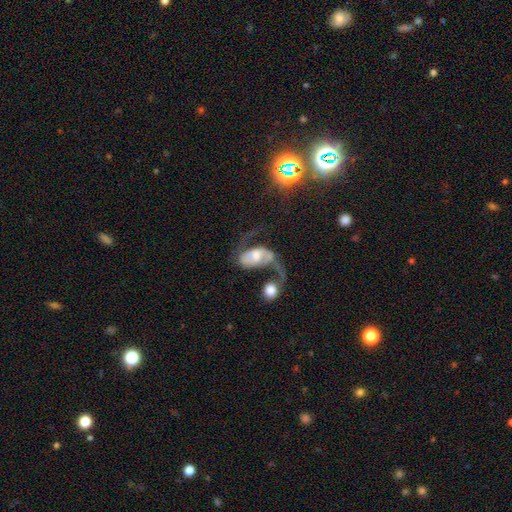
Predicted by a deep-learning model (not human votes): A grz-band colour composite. It shows a featured or disk galaxy (68%) with no bar (50%), 2 (72%) loose (73%) spiral arms (82%) and a moderate central bulge (50%). Merging: merger (39%).